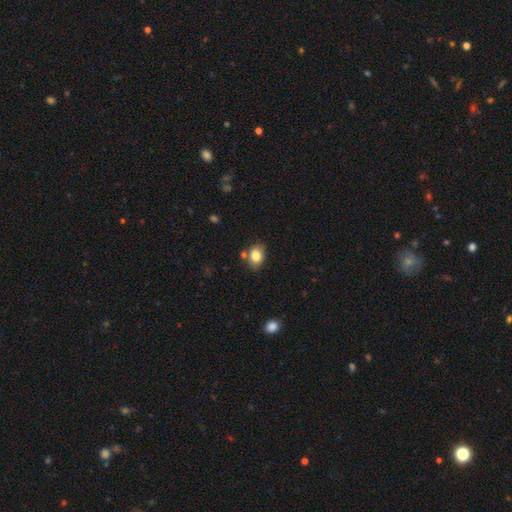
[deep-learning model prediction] The model was most divided on "how rounded": in between: 63%, round: 36%, cigar-shaped: 1%. More confident: smooth or featured — smooth (83%); merging — none (71%).